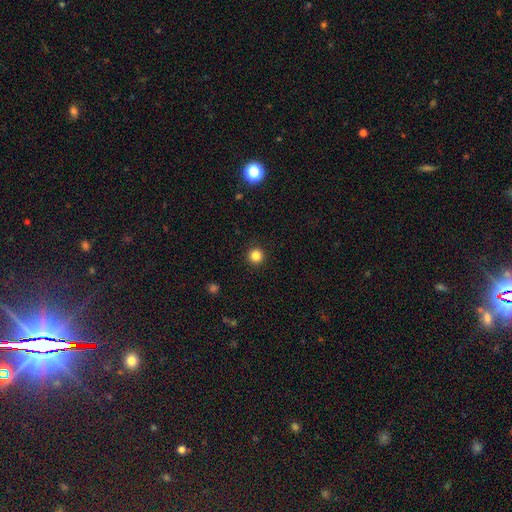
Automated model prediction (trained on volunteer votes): Smooth or featured: smooth — 83% (star or artifact — 12%)
How rounded: round — 96% (in between — 3%)
Merging: none — 92% (minor disturbance — 5%)